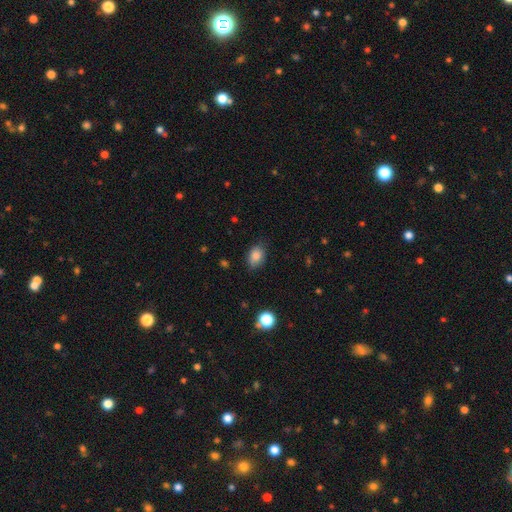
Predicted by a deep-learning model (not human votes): The model was most divided on "how rounded": in between: 79%, round: 20%, cigar-shaped: 1%. More confident: smooth or featured — smooth (85%); merging — none (78%).